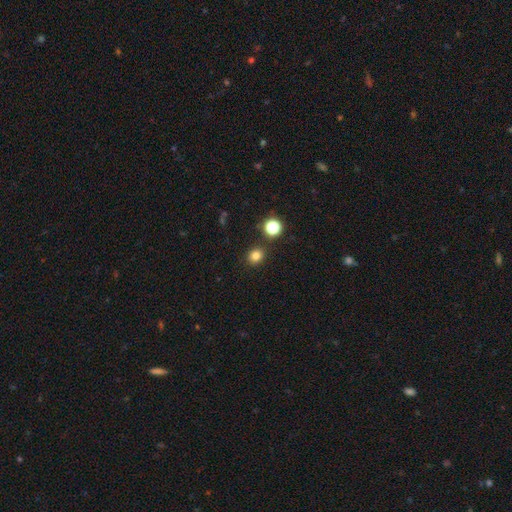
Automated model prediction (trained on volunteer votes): A smooth galaxy with no disk features (79%) that is round (75%).

Vote fractions:
- Smooth or featured? smooth: 79% / star or artifact: 15% / featured or disk: 5%
- How rounded? round: 75% / in between: 24% / cigar-shaped: 1%
- Merging? none: 87% / minor disturbance: 7% / merger: 4% / major disturbance: 2%